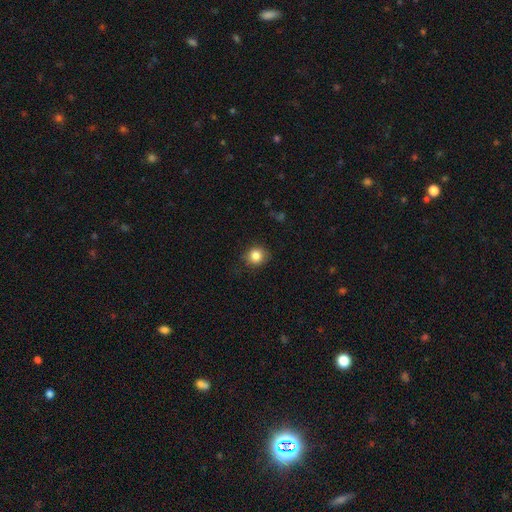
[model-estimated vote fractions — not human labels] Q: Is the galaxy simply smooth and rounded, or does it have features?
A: smooth — 84%.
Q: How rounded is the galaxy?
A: round — 84%.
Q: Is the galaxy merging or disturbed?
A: none — 81%.